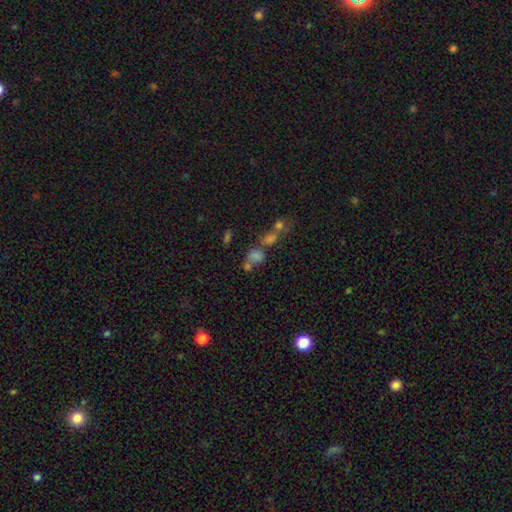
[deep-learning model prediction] smooth-or-featured: smooth: 63% | star or artifact: 20% | featured or disk: 17%
  how-rounded: in between: 59% | round: 38% | cigar-shaped: 3%
  merging: merger: 52% | none: 29% | minor disturbance: 10% | major disturbance: 9%